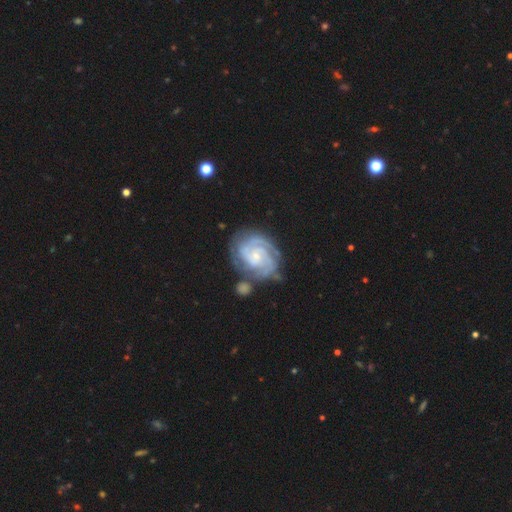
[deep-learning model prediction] Smooth or featured?
  - featured or disk: 89% *
  - smooth: 6%
  - star or artifact: 5%
Edge-on disk?
  - no: 98% *
  - yes: 2%
Bar?
  - no: 61% *
  - weak: 32%
  - strong: 7%
Spiral arms?
  - yes: 98% *
  - no: 2%
Spiral winding?
  - tight: 71% *
  - medium: 25%
  - loose: 4%
Spiral arm count?
  - 3: 33% *
  - 2: 29%
  - can't tell: 16%
  - 4: 12%
  - more than 4: 5%
  - 1: 5%
Bulge size?
  - small: 71% *
  - moderate: 22%
  - none: 4%
  - large: 2%
  - dominant: 1%
Merging?
  - none: 62% *
  - minor disturbance: 19%
  - merger: 10%
  - major disturbance: 8%